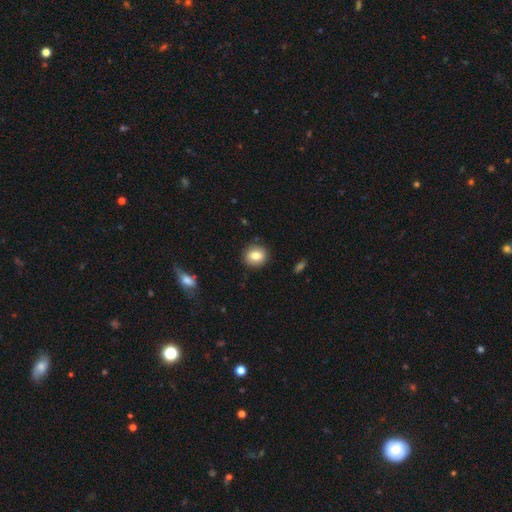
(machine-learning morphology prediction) This appears to be a smooth galaxy with no disk features (79%) that is round (76%). Merging: none (88%).